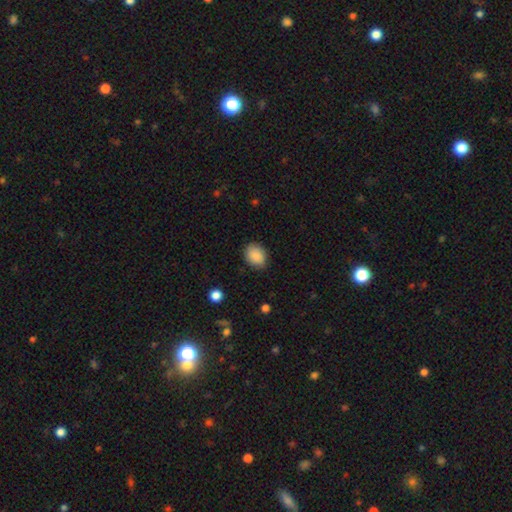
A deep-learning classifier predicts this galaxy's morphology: Smooth or featured? smooth (88%)
How rounded? in between (64%)
Merging? none (83%)